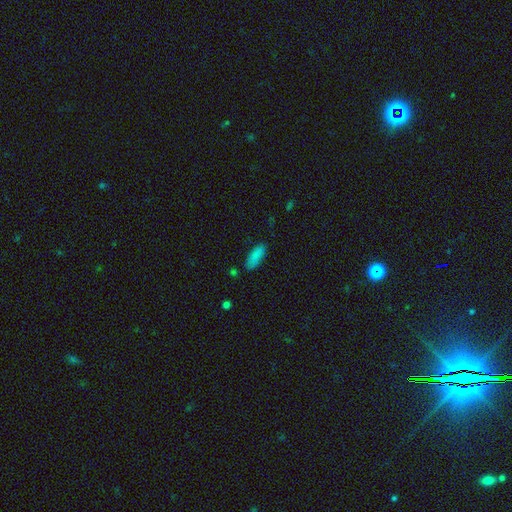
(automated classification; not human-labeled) This appears to be a smooth galaxy with no disk features (86%) that is in between round and cigar-shaped (73%). Merging: none (80%).